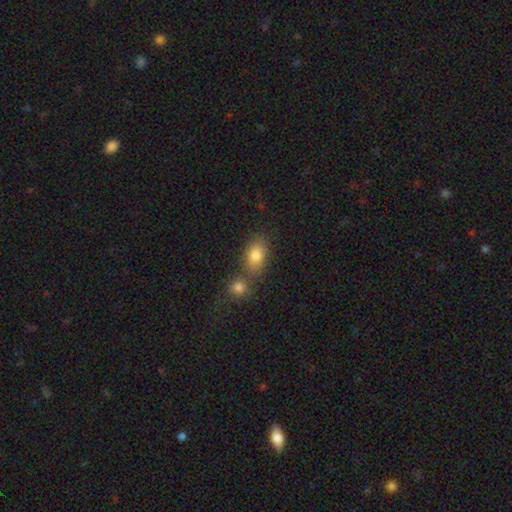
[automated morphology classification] type=smooth (79%); roundness=in between (80%); merging=none (56%).